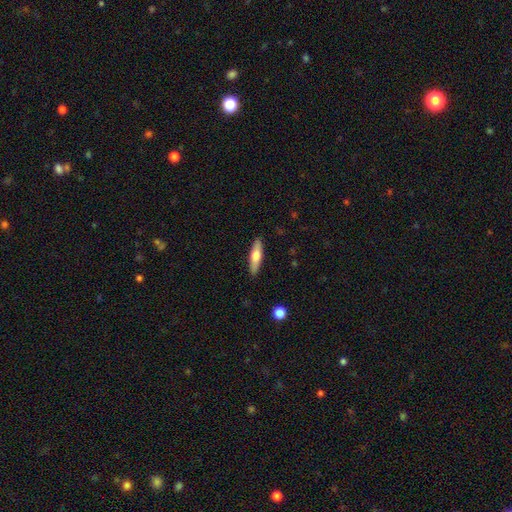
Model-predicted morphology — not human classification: Smooth or featured: smooth — 58% (featured or disk — 36%)
How rounded: cigar-shaped — 72% (in between — 26%)
Merging: none — 89% (minor disturbance — 8%)